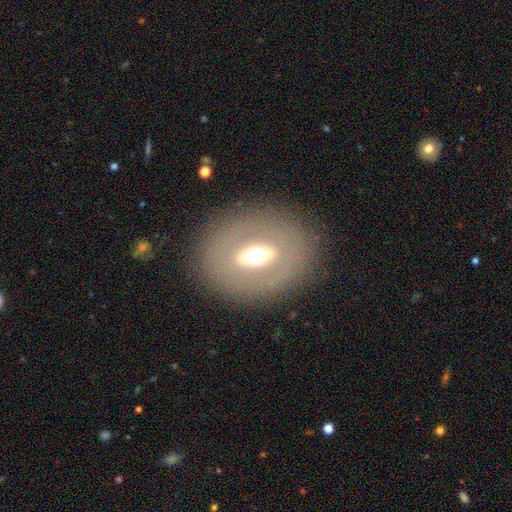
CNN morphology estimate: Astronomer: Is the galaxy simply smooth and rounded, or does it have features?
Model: featured or disk — 56% (runner-up: smooth, 35%).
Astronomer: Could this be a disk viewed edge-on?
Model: no — 80%.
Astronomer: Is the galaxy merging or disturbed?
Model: none — 83%.